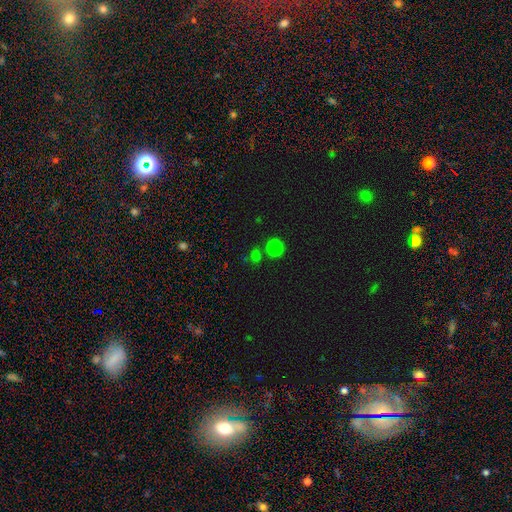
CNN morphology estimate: smooth-or-featured: smooth: 80% | star or artifact: 16% | featured or disk: 4%
  how-rounded: round: 89% | in between: 10% | cigar-shaped: 1%
  merging: none: 81% | merger: 10% | minor disturbance: 7% | major disturbance: 3%